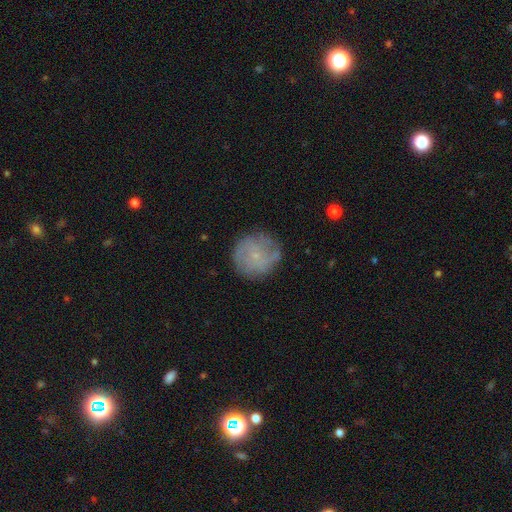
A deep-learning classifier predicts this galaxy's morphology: Overall: smooth (48%; featured or disk 42%). Merging: none (76%).